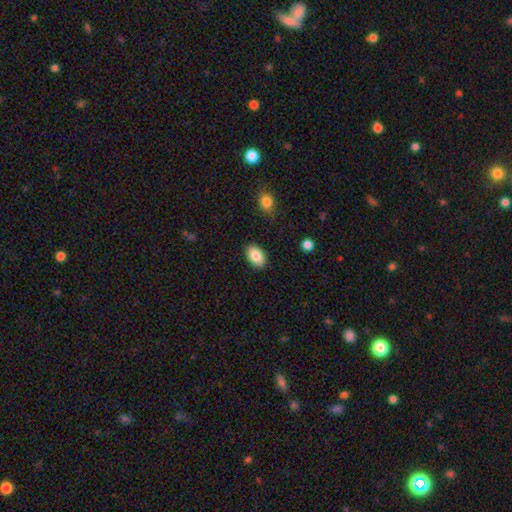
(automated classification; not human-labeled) Smooth or featured: smooth — 86% (featured or disk — 7%)
How rounded: in between — 92% (round — 7%)
Merging: none — 87% (minor disturbance — 9%)